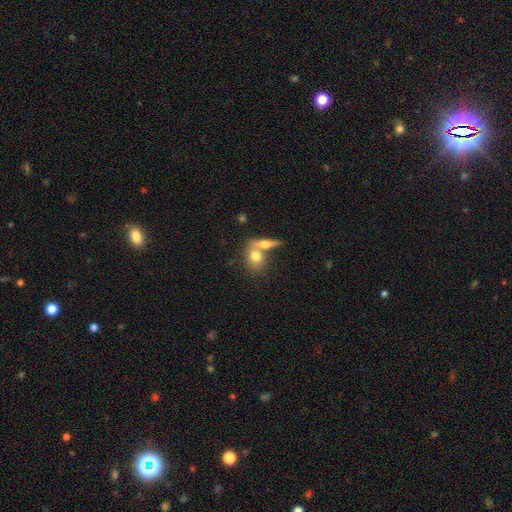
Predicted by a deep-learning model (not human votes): This is likely a smooth galaxy (69%). How rounded: possibly in between (53%). Merging: possibly merger (51%).